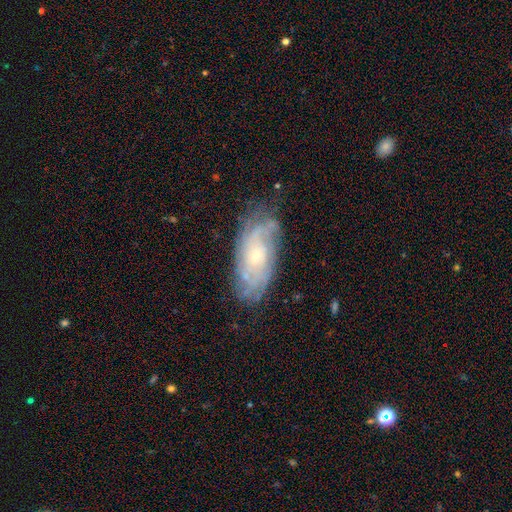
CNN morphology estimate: smooth-or-featured: featured or disk: 74% | smooth: 19% | star or artifact: 7%
  disk-edge-on: no: 92% | yes: 8%
    bar: no: 76% | weak: 21% | strong: 3%
    has-spiral-arms: yes: 89% | no: 11%
      spiral-winding: tight: 63% | medium: 28% | loose: 9%
      spiral-arm-count: can't tell: 54% | 2: 15% | 3: 11% | 4: 10% | more than 4: 6% | 1: 4%
    bulge-size: small: 70% | moderate: 25% | none: 2% | large: 1% | dominant: 1%
  merging: none: 71% | minor disturbance: 21% | major disturbance: 7% | merger: 2%